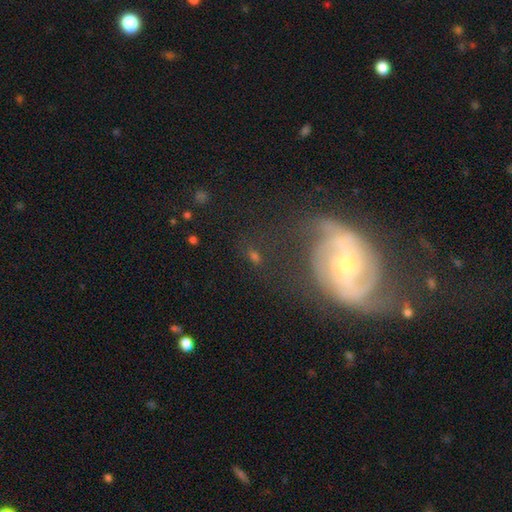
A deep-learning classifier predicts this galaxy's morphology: A featured or disk galaxy (66%) with no bar (43%), 2 (63%) medium (42%) spiral arms (82%) and a small central bulge (54%). Merging: none (59%).